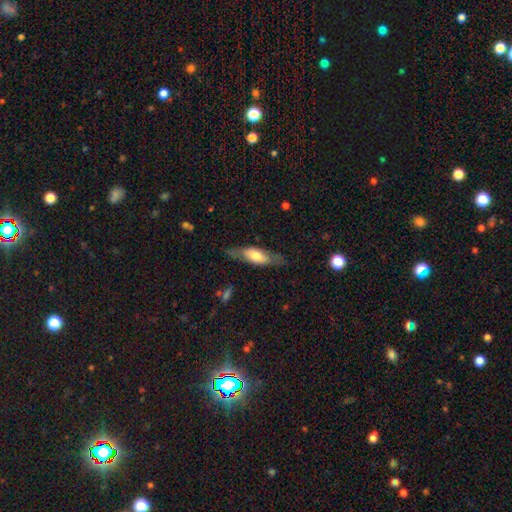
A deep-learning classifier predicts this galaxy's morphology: Smooth or featured?
  - smooth: 51% *
  - featured or disk: 43%
  - star or artifact: 6%
How rounded?
  - in between: 53% *
  - cigar-shaped: 44%
  - round: 2%
Merging?
  - none: 73% *
  - minor disturbance: 18%
  - major disturbance: 7%
  - merger: 2%